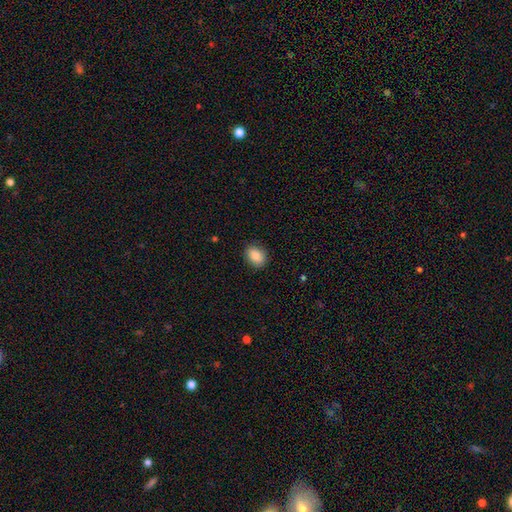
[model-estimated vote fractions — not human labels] Q: Smooth or featured?
A: smooth (85%); runner-up: star or artifact (8%)
Q: How rounded?
A: in between (64%); runner-up: round (35%)
Q: Merging?
A: none (88%); runner-up: minor disturbance (9%)